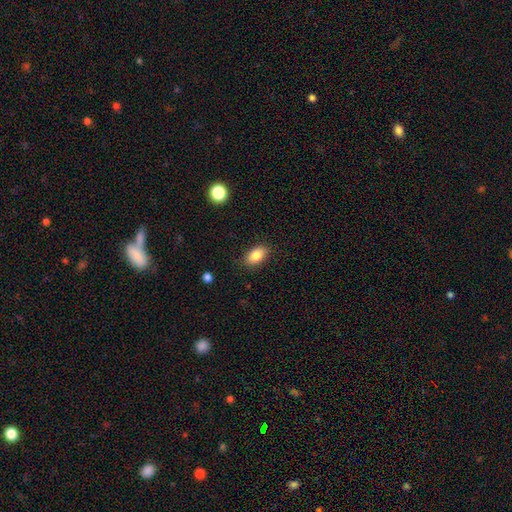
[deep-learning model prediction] This appears to be a smooth galaxy with no disk features (84%) that is in between round and cigar-shaped (89%). Merging: none (85%).